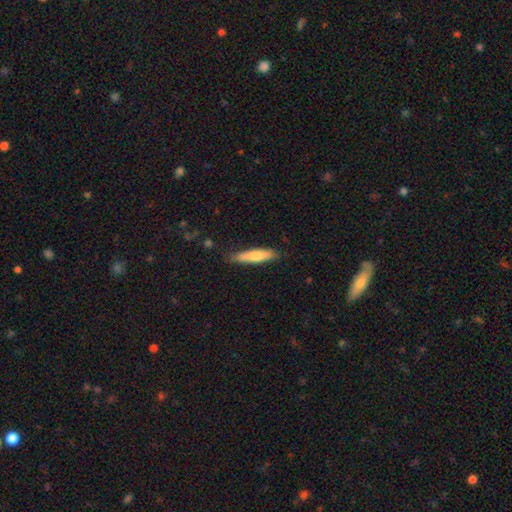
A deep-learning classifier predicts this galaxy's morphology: Smooth or featured? Predicted: smooth (p=0.73). How rounded? Predicted: cigar-shaped (p=0.80). Merging? Predicted: none (p=0.80).